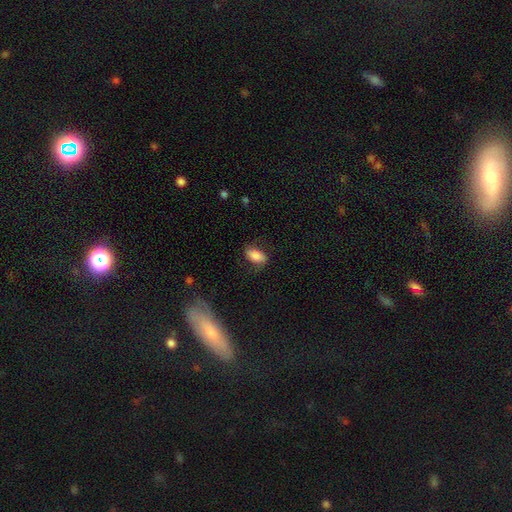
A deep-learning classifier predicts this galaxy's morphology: Q: Smooth or featured?
A: smooth (77%); runner-up: featured or disk (16%)
Q: How rounded?
A: in between (90%); runner-up: round (5%)
Q: Merging?
A: none (67%); runner-up: minor disturbance (22%)